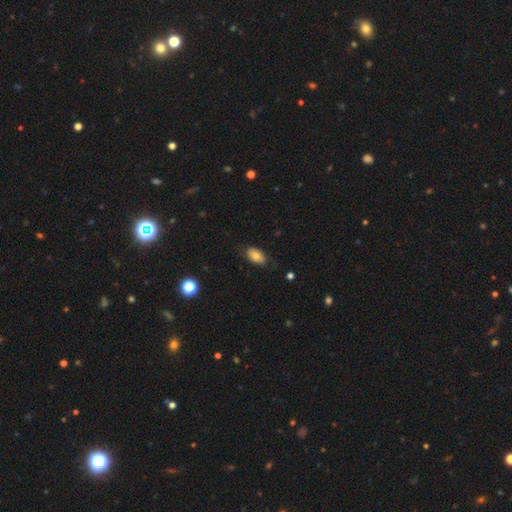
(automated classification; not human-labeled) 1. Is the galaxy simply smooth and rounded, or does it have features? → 75% smooth, 17% featured or disk, 8% star or artifact.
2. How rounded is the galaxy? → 91% in between, 8% round, 2% cigar-shaped.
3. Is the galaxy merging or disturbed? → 74% none, 19% minor disturbance, 5% major disturbance, 1% merger.